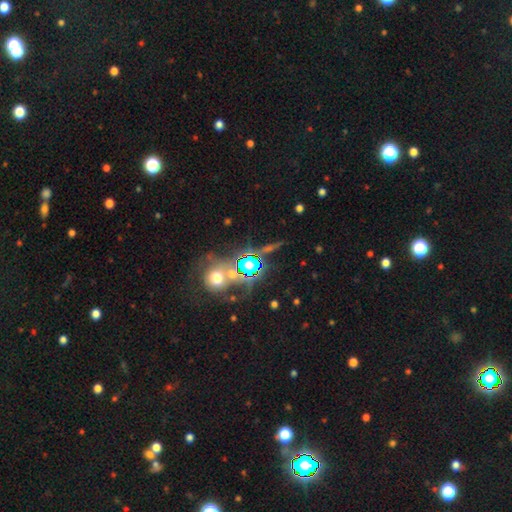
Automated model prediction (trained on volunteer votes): Morphology: type=star or artifact (73%).